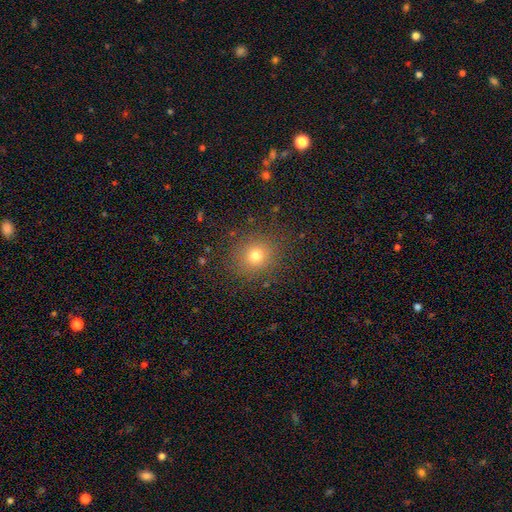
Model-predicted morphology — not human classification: Smooth or featured? smooth (74%)
How rounded? round (80%)
Merging? none (86%)